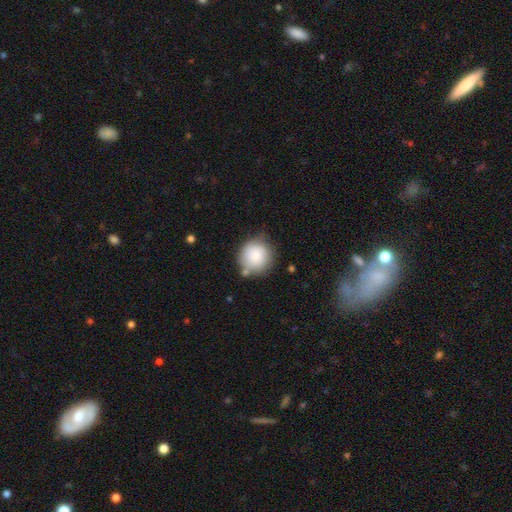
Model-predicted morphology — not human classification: The model was most divided on "merging": none: 67%, minor disturbance: 20%, merger: 8%, major disturbance: 5%. More confident: how rounded — round (91%); smooth or featured — smooth (83%).